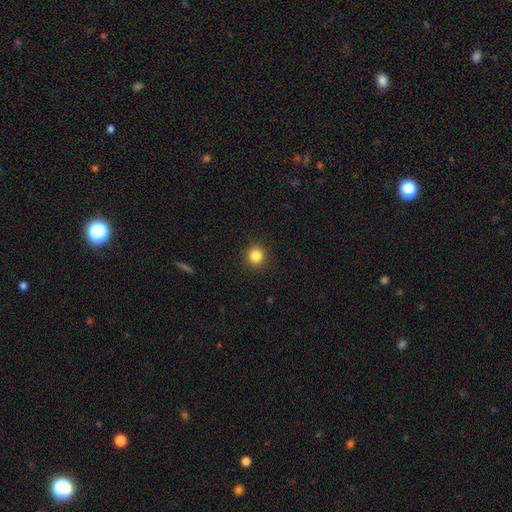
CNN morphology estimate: Smooth or featured?
  - smooth: 85% *
  - star or artifact: 11%
  - featured or disk: 4%
How rounded?
  - round: 93% *
  - in between: 6%
  - cigar-shaped: 1%
Merging?
  - none: 92% *
  - minor disturbance: 5%
  - major disturbance: 2%
  - merger: 1%